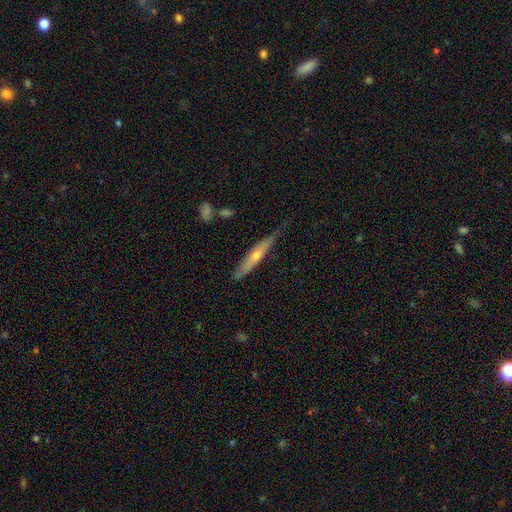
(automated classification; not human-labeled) featured or disk 66%, smooth 27%, star or artifact 7%. Down the decision tree: edge-on disk — yes (91%); edge-on bulge — rounded (81%); merging — none (75%).